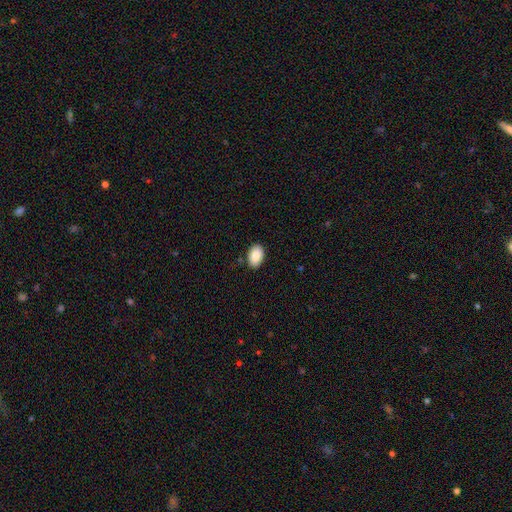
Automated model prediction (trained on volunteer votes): A smooth galaxy with no disk features (89%) that is in between round and cigar-shaped (90%).

Vote fractions:
- Smooth or featured? smooth: 89% / star or artifact: 7% / featured or disk: 4%
- How rounded? in between: 90% / round: 9% / cigar-shaped: 1%
- Merging? none: 86% / minor disturbance: 10% / major disturbance: 2% / merger: 1%